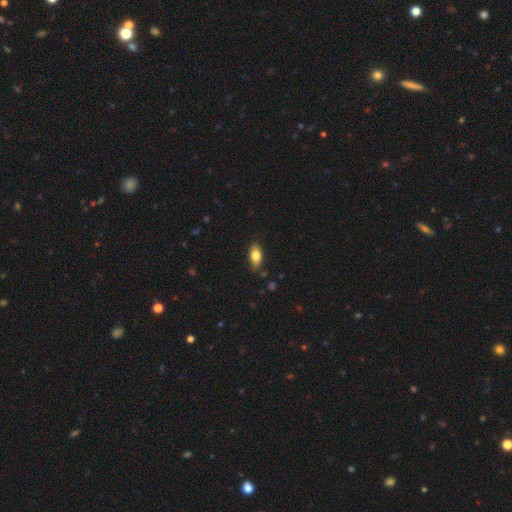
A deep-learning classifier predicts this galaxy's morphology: type=smooth (77%); roundness=in between (86%); merging=none (82%).